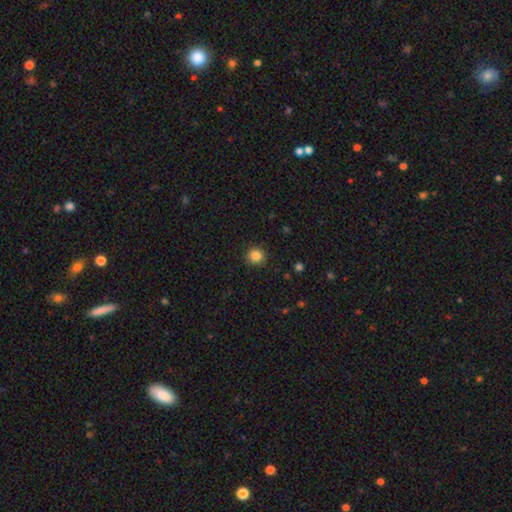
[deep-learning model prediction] Smooth or featured? Predicted: smooth (p=0.85). How rounded? Predicted: round (p=0.93). Merging? Predicted: none (p=0.90).